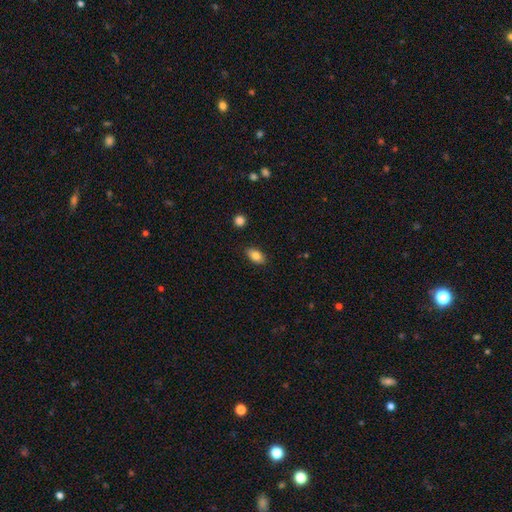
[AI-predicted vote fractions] Smooth or featured?
  - smooth: 82% *
  - featured or disk: 10%
  - star or artifact: 8%
How rounded?
  - in between: 90% *
  - round: 6%
  - cigar-shaped: 5%
Merging?
  - none: 86% *
  - minor disturbance: 10%
  - major disturbance: 2%
  - merger: 1%